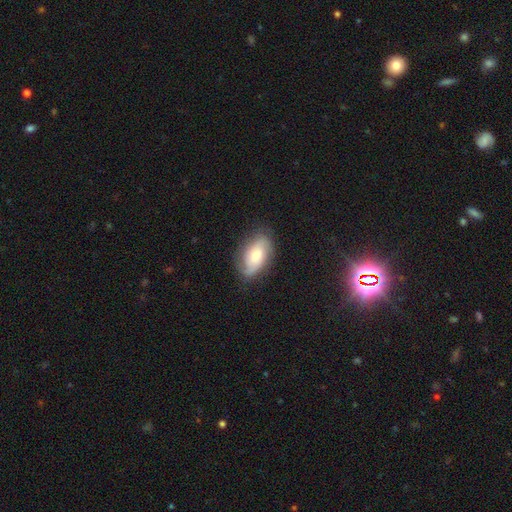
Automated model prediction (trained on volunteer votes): This is possibly a smooth galaxy (48%). Merging: likely none (74%).